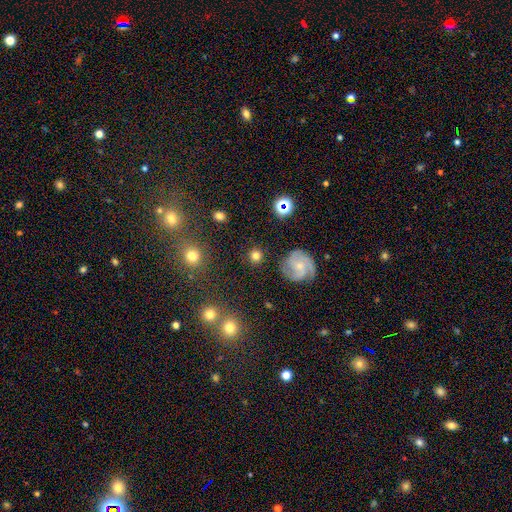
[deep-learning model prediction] Smooth or featured: smooth — 68% (featured or disk — 21%)
How rounded: round — 91% (in between — 8%)
Merging: none — 86% (minor disturbance — 8%)